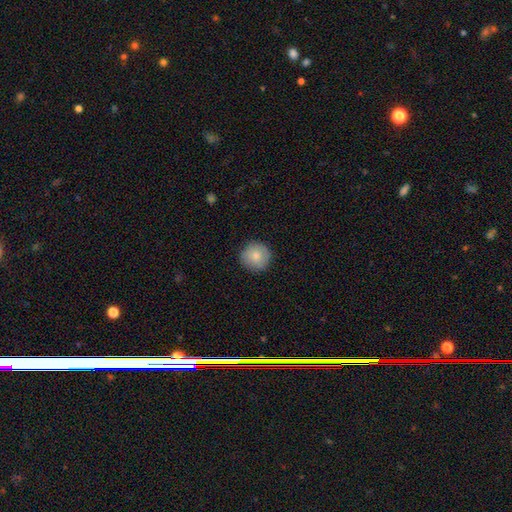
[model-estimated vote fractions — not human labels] Overall: smooth (81%). How rounded: round (95%). Merging: none (88%).